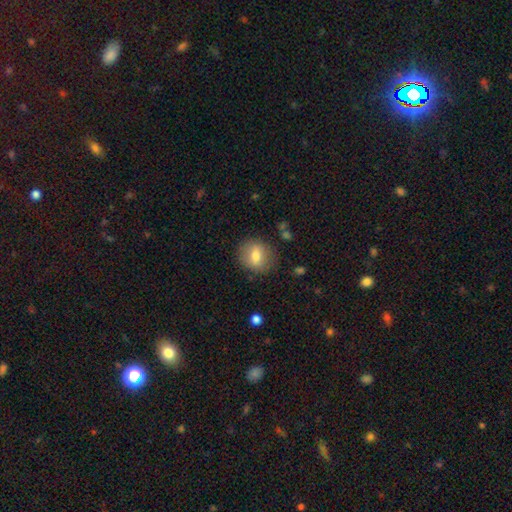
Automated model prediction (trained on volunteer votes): Smooth or featured? smooth (70%)
How rounded? round (64%)
Merging? none (82%)